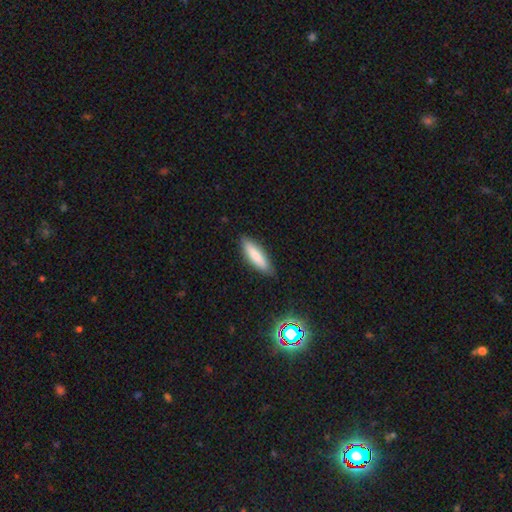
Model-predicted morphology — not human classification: This appears to be a smooth galaxy with no disk features (81%) that is cigar-shaped (67%). Merging: none (87%).